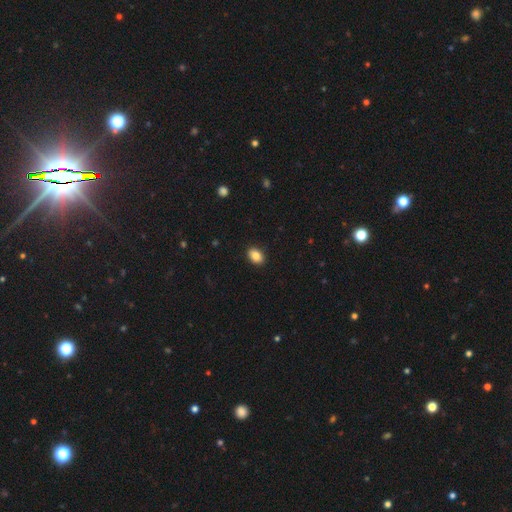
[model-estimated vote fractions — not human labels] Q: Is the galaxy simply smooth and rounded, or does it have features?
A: smooth — 86%.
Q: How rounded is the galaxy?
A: in between — 83%.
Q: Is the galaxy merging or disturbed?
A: none — 90%.